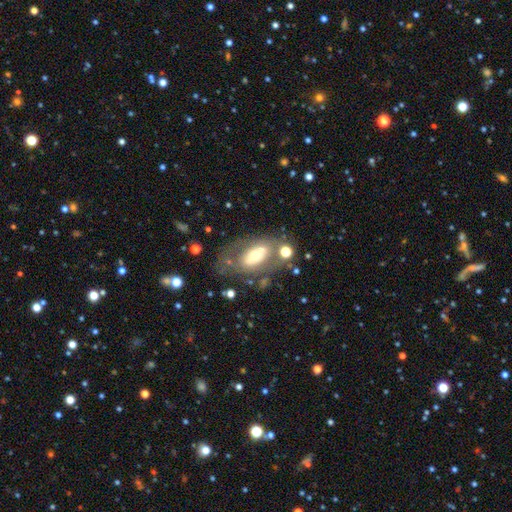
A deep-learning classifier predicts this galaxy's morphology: This appears to be a featured or disk galaxy (51%). Merging: none (57%).